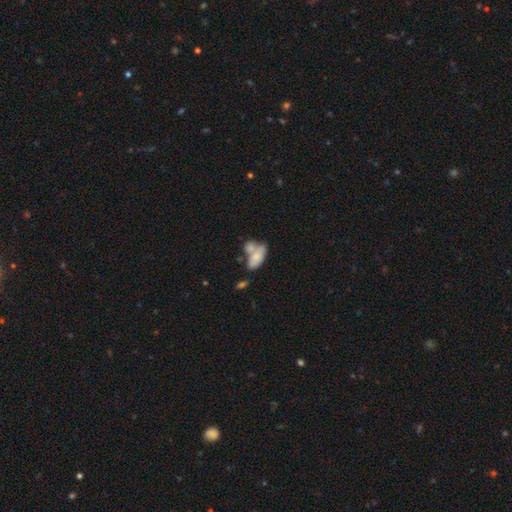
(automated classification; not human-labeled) This is likely a smooth galaxy (71%). How rounded: clearly in between (91%). Merging: possibly merger (54%).